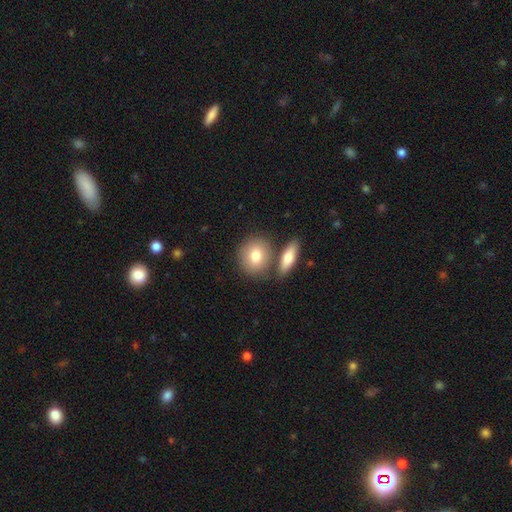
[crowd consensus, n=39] A smooth galaxy with no disk features (82%) that is in between round and cigar-shaped (50%).

Vote fractions:
- Smooth or featured? smooth: 82% / star or artifact: 10% / featured or disk: 8%
- How rounded? in between: 50% / round: 47% / cigar-shaped: 3%
- Merging? none: 43% / minor disturbance: 29% / merger: 29% / major disturbance: 0%